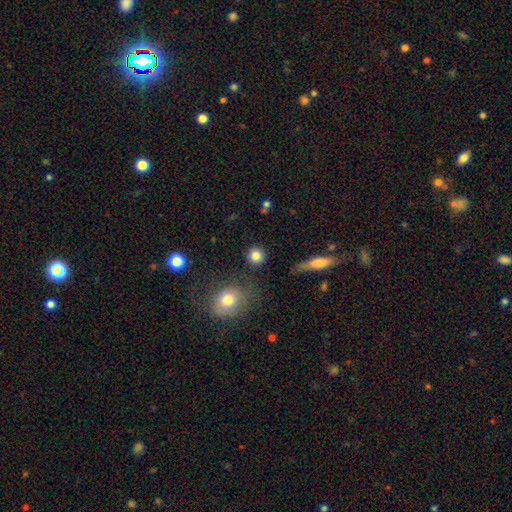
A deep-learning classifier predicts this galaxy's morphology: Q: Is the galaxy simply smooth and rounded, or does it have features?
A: smooth — 84%.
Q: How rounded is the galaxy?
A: round — 90%.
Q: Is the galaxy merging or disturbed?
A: none — 86%.